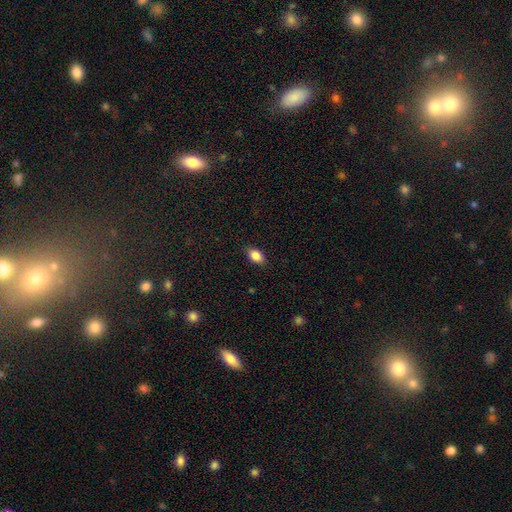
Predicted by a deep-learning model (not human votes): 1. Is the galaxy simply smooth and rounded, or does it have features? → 86% smooth, 8% star or artifact, 6% featured or disk.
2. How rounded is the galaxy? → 87% in between, 10% round, 3% cigar-shaped.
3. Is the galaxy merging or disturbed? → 87% none, 10% minor disturbance, 2% major disturbance, 1% merger.